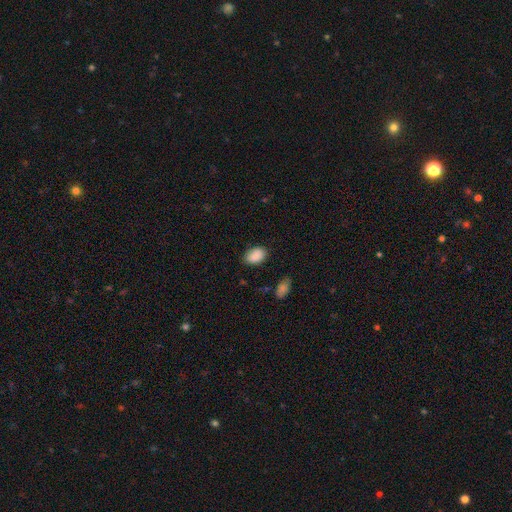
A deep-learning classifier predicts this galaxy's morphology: The model was most divided on "merging": none: 80%, minor disturbance: 16%, major disturbance: 3%, merger: 2%. More confident: smooth or featured — smooth (88%); how rounded — in between (88%).